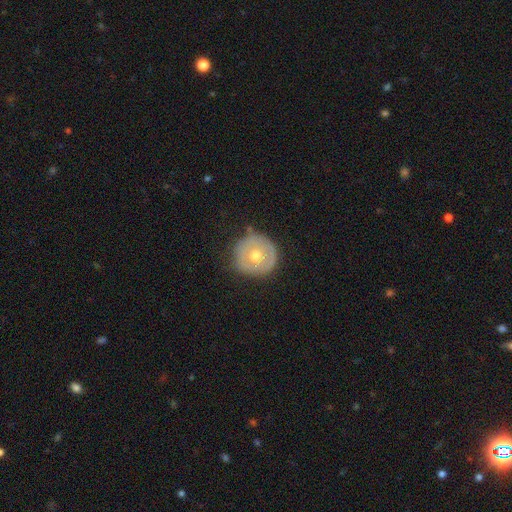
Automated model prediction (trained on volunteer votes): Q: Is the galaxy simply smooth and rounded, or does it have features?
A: smooth — 51%.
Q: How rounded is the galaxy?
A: round — 94%.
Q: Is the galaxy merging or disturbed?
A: none — 80%.